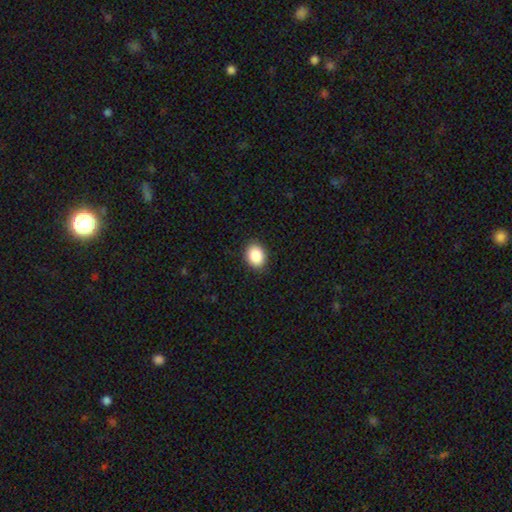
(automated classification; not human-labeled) A smooth galaxy with no disk features (88%) that is in between round and cigar-shaped (56%).

Vote fractions:
- Smooth or featured? smooth: 88% / star or artifact: 8% / featured or disk: 4%
- How rounded? in between: 56% / round: 43% / cigar-shaped: 1%
- Merging? none: 89% / minor disturbance: 8% / major disturbance: 2% / merger: 1%